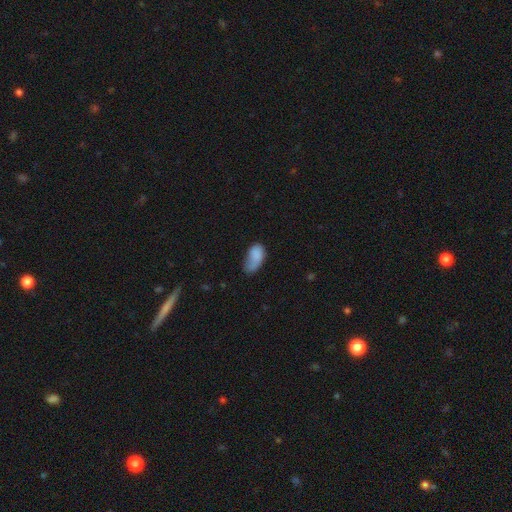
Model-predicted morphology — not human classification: smooth-or-featured: smooth: 81% | featured or disk: 11% | star or artifact: 8%
  how-rounded: in between: 93% | round: 5% | cigar-shaped: 2%
  merging: minor disturbance: 39% | none: 32% | major disturbance: 24% | merger: 5%